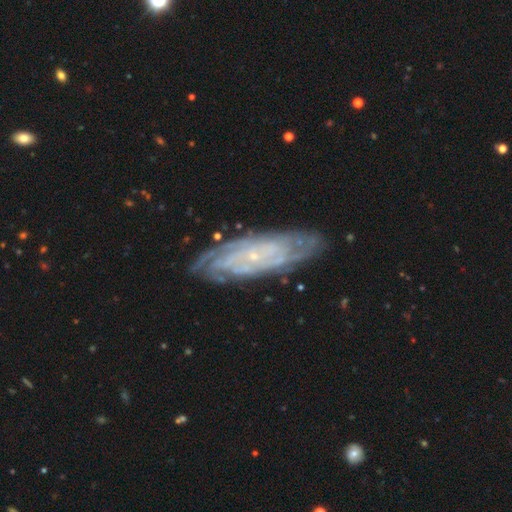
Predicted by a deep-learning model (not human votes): This appears to be a featured or disk galaxy (84%) with no bar (73%), tight (77%) spiral arms (95%) and a small central bulge (87%). Merging: none (81%).